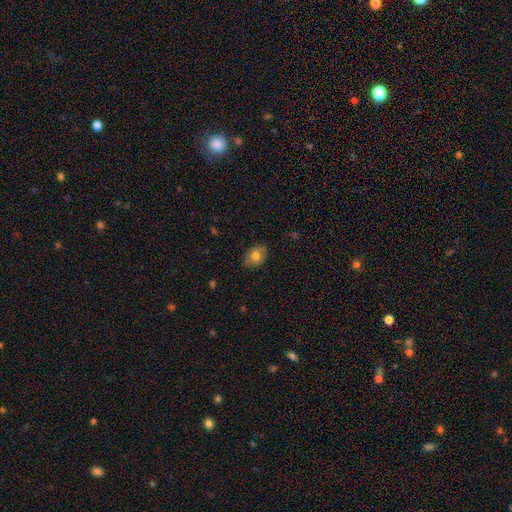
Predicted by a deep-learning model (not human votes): The model was most divided on "how rounded": in between: 68%, round: 31%, cigar-shaped: 1%. More confident: merging — none (81%); smooth or featured — smooth (74%).